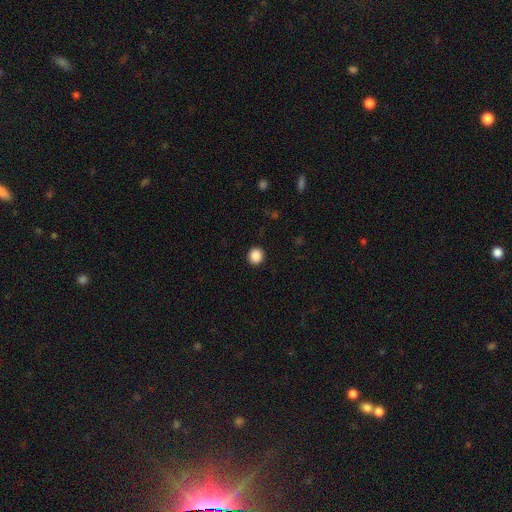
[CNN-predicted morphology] Smooth or featured: smooth — 88% (star or artifact — 9%)
How rounded: round — 89% (in between — 10%)
Merging: none — 92% (minor disturbance — 5%)